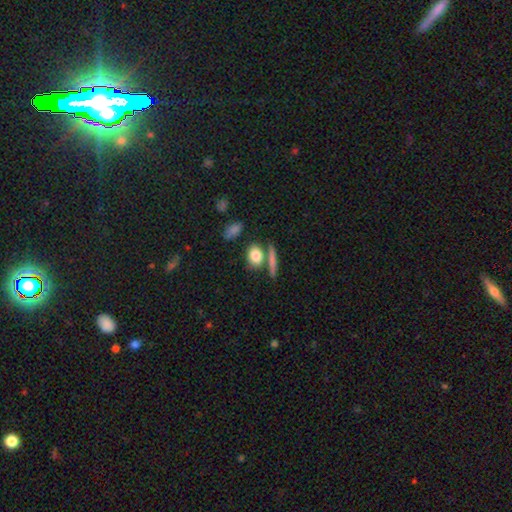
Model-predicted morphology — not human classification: type=smooth (82%); roundness=in between (64%); merging=none (67%).